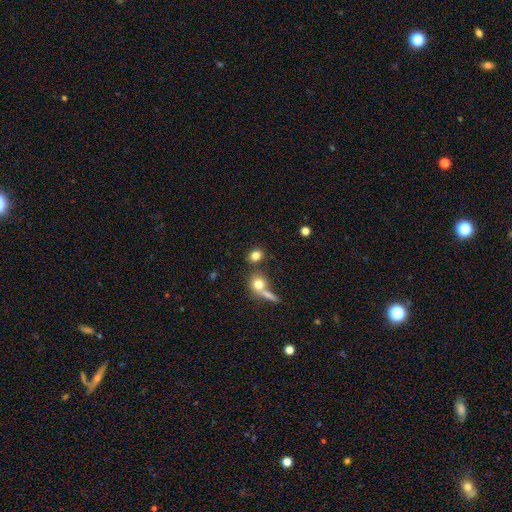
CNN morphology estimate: Smooth or featured? Predicted: smooth (p=0.79). How rounded? Predicted: round (p=0.62). Merging? Predicted: none (p=0.69).